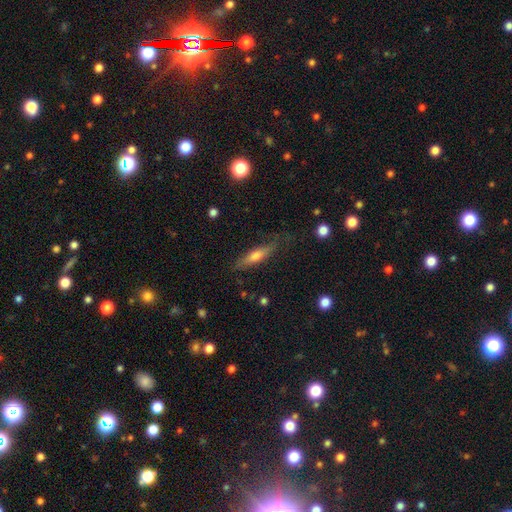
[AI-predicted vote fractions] smooth-or-featured: smooth: 49% | featured or disk: 43% | star or artifact: 8%
  merging: none: 72% | minor disturbance: 20% | major disturbance: 6% | merger: 2%